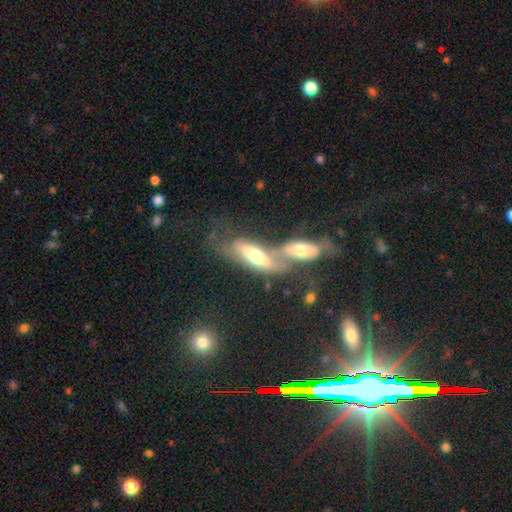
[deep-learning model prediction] A featured or disk galaxy (49%).

Vote fractions:
- Smooth or featured? featured or disk: 49% / smooth: 43% / star or artifact: 8%
- Merging? merger: 65% / none: 17% / major disturbance: 9% / minor disturbance: 9%